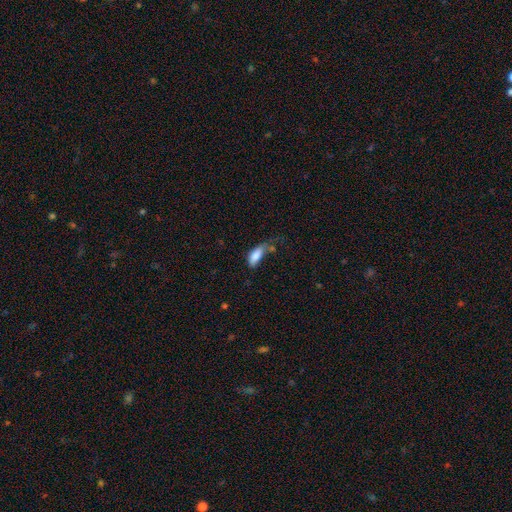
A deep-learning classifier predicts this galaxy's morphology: smooth_or_featured: smooth (p=0.81) [alt: featured or disk p=0.11]
how_rounded: in between (p=0.82) [alt: cigar-shaped p=0.15]
merging: none (p=0.33) [alt: minor disturbance p=0.31]